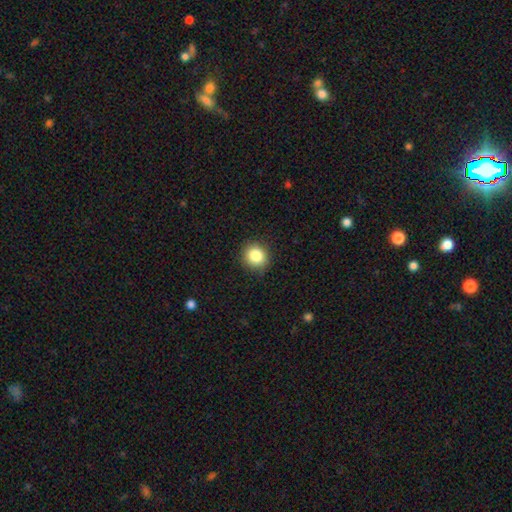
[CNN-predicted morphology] Smooth or featured? Predicted: smooth (p=0.85). How rounded? Predicted: round (p=0.86). Merging? Predicted: none (p=0.87).